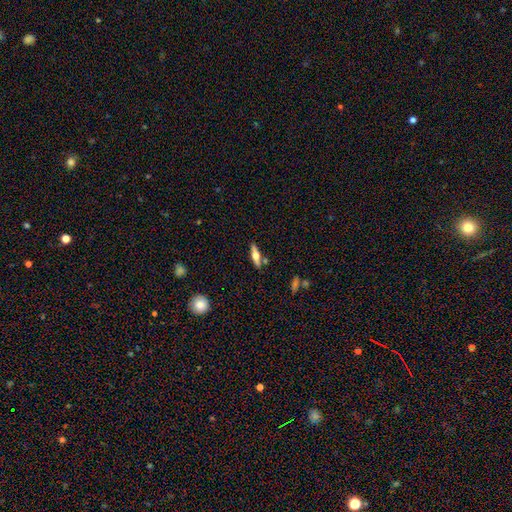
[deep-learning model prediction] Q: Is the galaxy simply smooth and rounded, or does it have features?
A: featured or disk — 53%.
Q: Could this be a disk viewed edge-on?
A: yes — 93%.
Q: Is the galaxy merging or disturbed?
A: none — 80%.